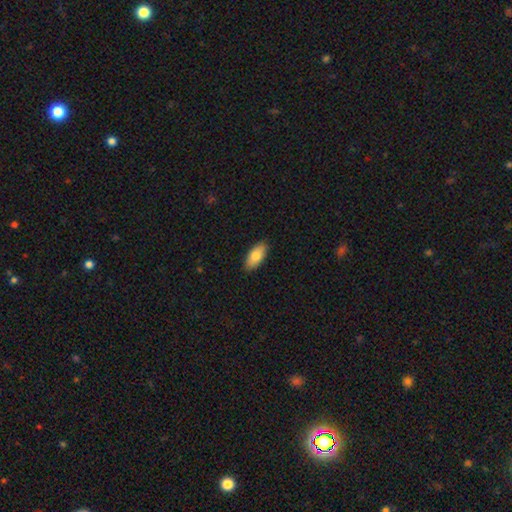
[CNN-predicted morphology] smooth_or_featured: smooth (p=0.82) [alt: featured or disk p=0.12]
how_rounded: in between (p=0.90) [alt: cigar-shaped p=0.07]
merging: none (p=0.89) [alt: minor disturbance p=0.09]